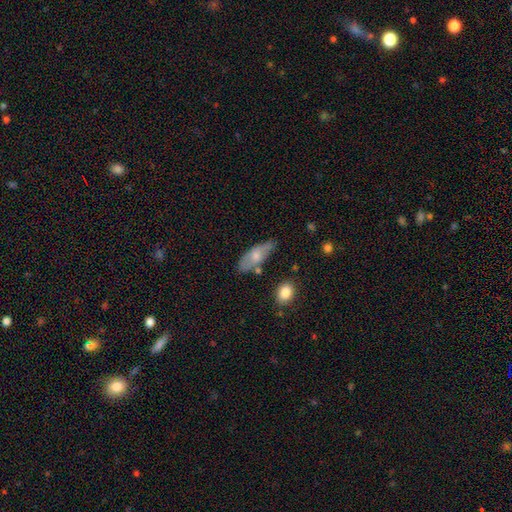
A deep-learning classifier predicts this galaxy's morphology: smooth 62%, featured or disk 31%, star or artifact 7%. Down the decision tree: how rounded — in between (76%); merging — none (59%).